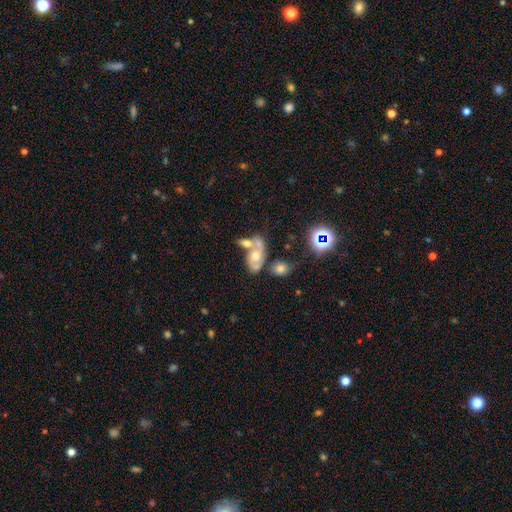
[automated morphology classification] Smooth or featured: featured or disk — 50% (smooth — 37%)
Merging: merger — 58% (none — 20%)